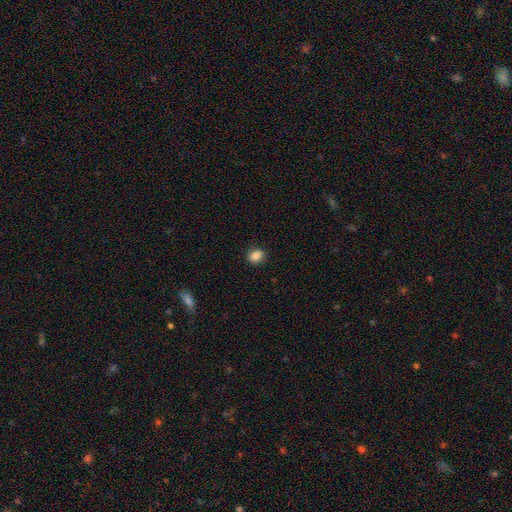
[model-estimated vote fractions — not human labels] This is clearly a smooth galaxy (87%). How rounded: likely in between (64%). Merging: clearly none (84%).